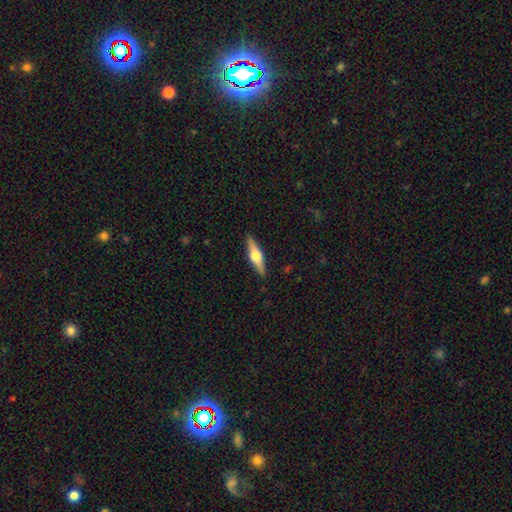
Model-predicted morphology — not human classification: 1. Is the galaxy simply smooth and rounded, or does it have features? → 65% featured or disk, 29% smooth, 5% star or artifact.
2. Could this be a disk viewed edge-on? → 96% yes, 4% no.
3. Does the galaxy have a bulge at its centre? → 95% rounded, 3% boxy, 2% none.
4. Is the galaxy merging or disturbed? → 90% none, 7% minor disturbance, 2% major disturbance, 1% merger.